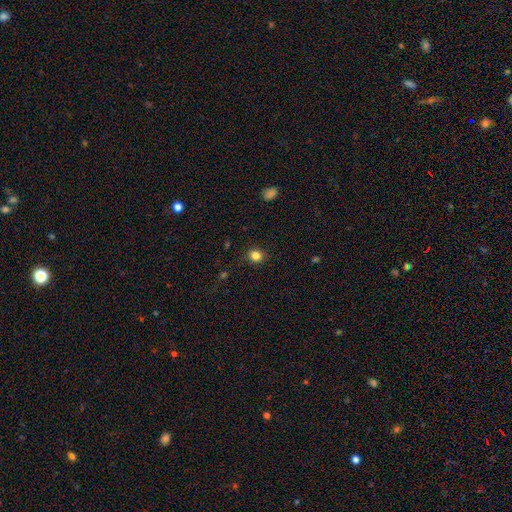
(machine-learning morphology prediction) smooth-or-featured: smooth: 83% | star or artifact: 12% | featured or disk: 5%
  how-rounded: round: 80% | in between: 19% | cigar-shaped: 1%
  merging: none: 88% | minor disturbance: 8% | major disturbance: 2% | merger: 1%